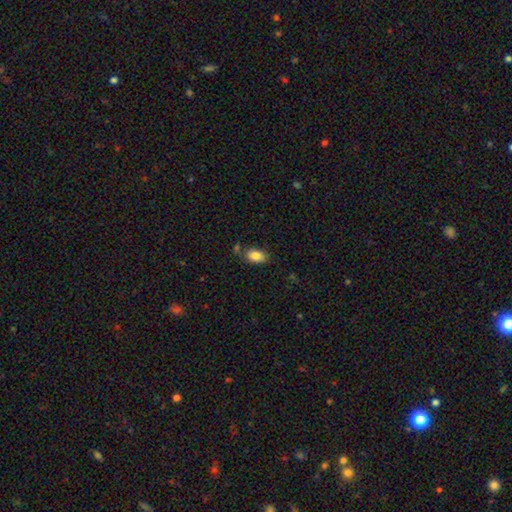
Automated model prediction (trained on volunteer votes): Smooth or featured: smooth — 85% (star or artifact — 8%)
How rounded: in between — 91% (round — 7%)
Merging: none — 73% (minor disturbance — 15%)